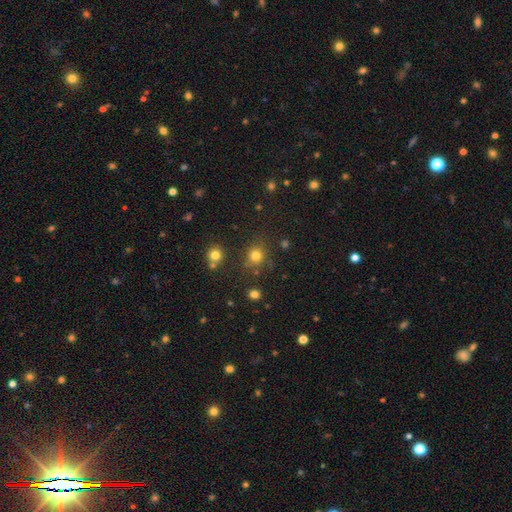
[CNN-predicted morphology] Smooth or featured?
  - smooth: 77% *
  - star or artifact: 17%
  - featured or disk: 6%
How rounded?
  - round: 84% *
  - in between: 15%
  - cigar-shaped: 1%
Merging?
  - none: 79% *
  - minor disturbance: 11%
  - merger: 6%
  - major disturbance: 4%